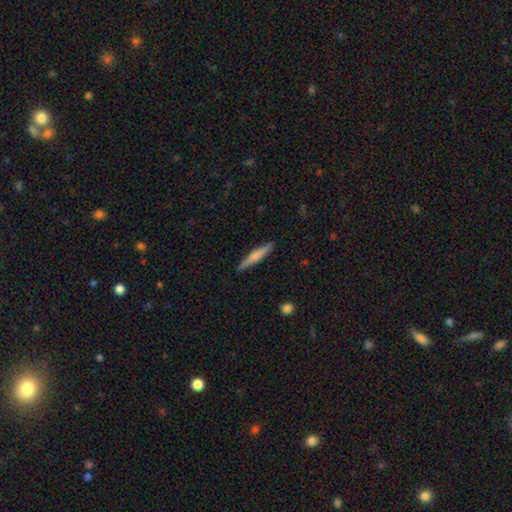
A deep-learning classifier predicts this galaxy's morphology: Smooth or featured: smooth — 58% (featured or disk — 36%)
How rounded: cigar-shaped — 93% (in between — 5%)
Merging: none — 89% (minor disturbance — 8%)